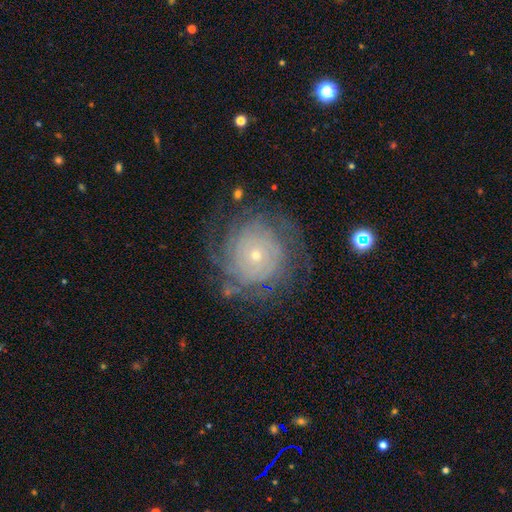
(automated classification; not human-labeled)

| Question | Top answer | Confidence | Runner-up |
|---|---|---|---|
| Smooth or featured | featured or disk | 75% | smooth (16%) |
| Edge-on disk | no | 97% | yes (3%) |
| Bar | no | 86% | weak (11%) |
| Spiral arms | yes | 89% | no (11%) |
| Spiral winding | tight | 79% | medium (16%) |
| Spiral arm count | can't tell | 47% | 4 (13%) |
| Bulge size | small | 77% | moderate (19%) |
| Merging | none | 73% | minor disturbance (15%) |